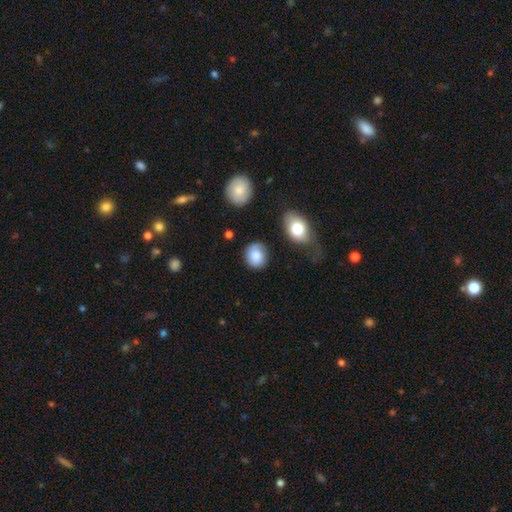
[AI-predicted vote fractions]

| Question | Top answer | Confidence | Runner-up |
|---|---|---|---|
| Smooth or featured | smooth | 82% | featured or disk (11%) |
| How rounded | round | 73% | in between (26%) |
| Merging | none | 75% | minor disturbance (18%) |